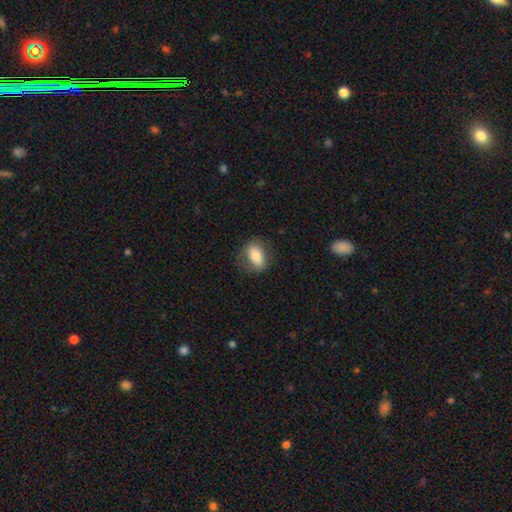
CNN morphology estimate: smooth_or_featured: smooth (p=0.77) [alt: featured or disk p=0.16]
how_rounded: in between (p=0.84) [alt: round p=0.13]
merging: none (p=0.74) [alt: minor disturbance p=0.18]